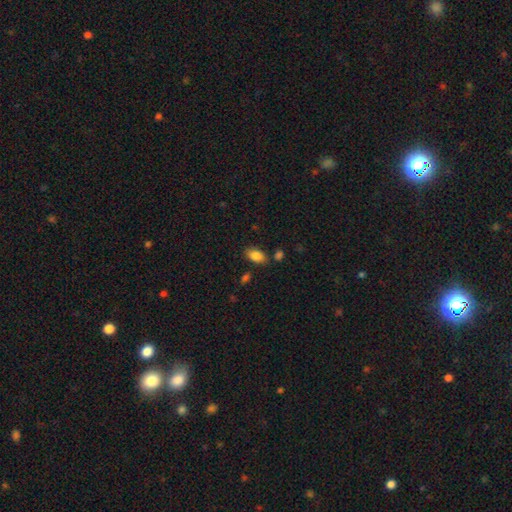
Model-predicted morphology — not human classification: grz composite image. It shows a smooth galaxy with no disk features (85%) that is in between round and cigar-shaped (92%). Merging: none (79%).